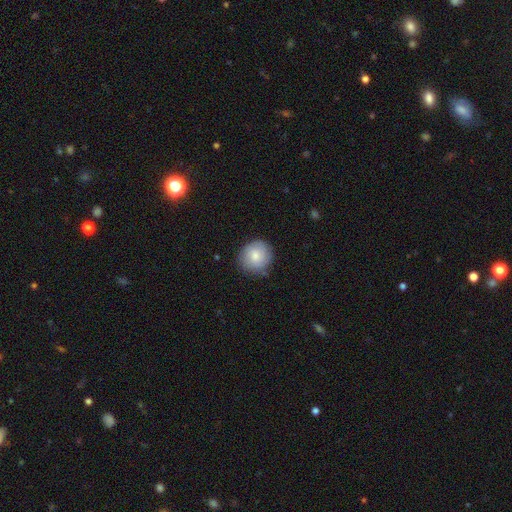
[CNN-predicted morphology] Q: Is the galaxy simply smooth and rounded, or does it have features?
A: smooth — 77%.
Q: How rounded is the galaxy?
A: round — 89%.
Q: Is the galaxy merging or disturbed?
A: none — 81%.